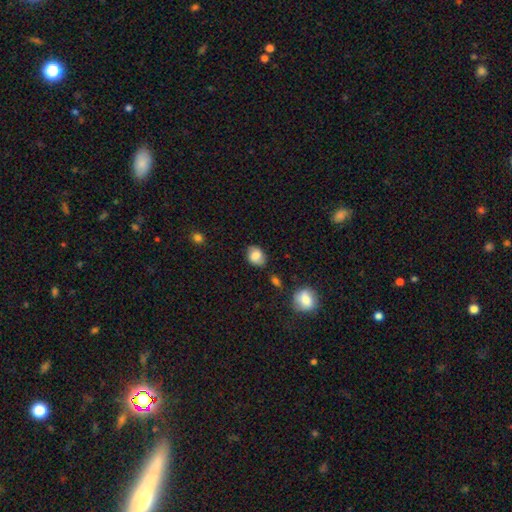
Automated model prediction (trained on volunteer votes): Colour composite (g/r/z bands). It shows a smooth galaxy with no disk features (70%) that is in between round and cigar-shaped (64%). Merging: none (75%).